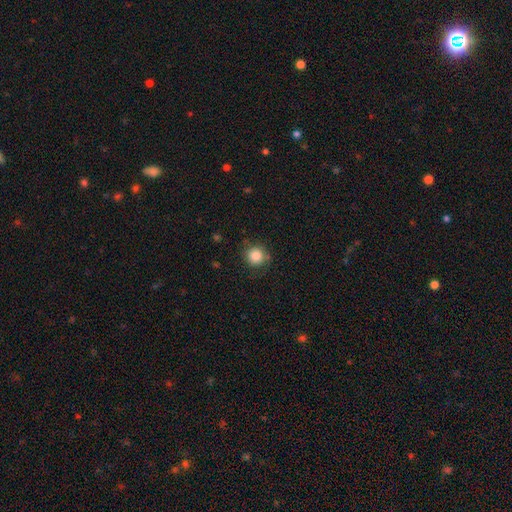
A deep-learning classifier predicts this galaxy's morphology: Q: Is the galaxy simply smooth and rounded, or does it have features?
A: smooth — 84%.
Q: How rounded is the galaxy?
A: round — 92%.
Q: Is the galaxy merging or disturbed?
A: none — 80%.